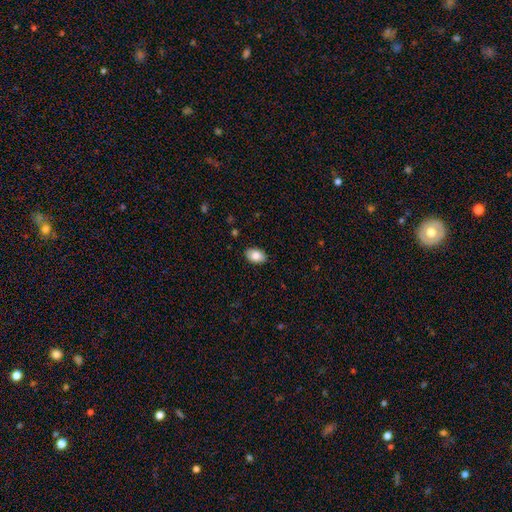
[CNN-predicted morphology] Smooth or featured? Predicted: smooth (p=0.86). How rounded? Predicted: in between (p=0.89). Merging? Predicted: none (p=0.88).